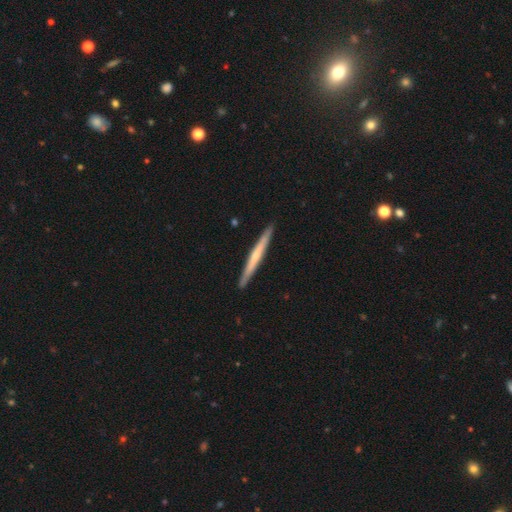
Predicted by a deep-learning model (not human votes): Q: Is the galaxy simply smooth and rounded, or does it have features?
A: featured or disk — 50%.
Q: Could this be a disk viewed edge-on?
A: yes — 97%.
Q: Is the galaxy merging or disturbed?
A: none — 92%.